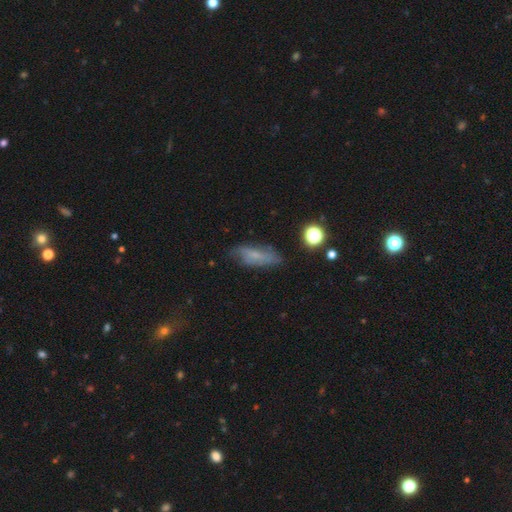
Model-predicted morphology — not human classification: Overall: smooth (53%; featured or disk 35%). How rounded: in between (56%; cigar-shaped 40%). Merging: none (66%).